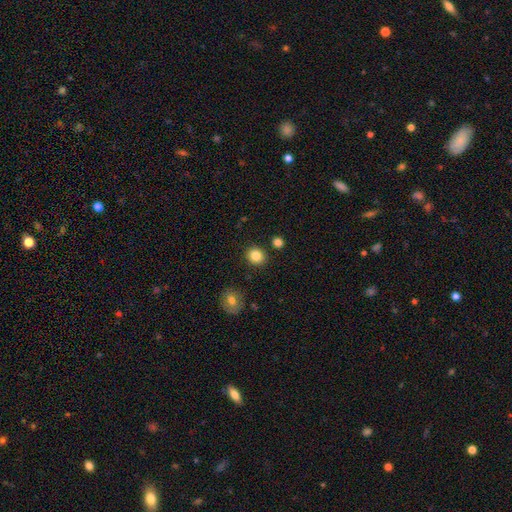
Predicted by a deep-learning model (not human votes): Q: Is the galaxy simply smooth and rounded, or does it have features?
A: smooth — 85%.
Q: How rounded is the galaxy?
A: round — 80%.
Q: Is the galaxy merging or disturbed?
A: none — 87%.